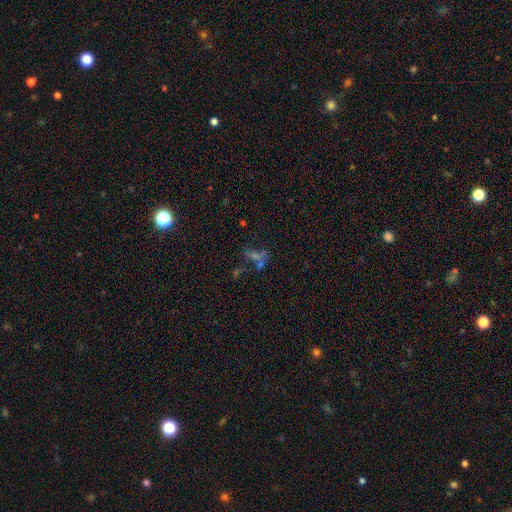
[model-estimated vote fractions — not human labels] A star or artifact, not a galaxy (45%).

Vote fractions:
- Smooth or featured? star or artifact: 45% / smooth: 30% / featured or disk: 25%